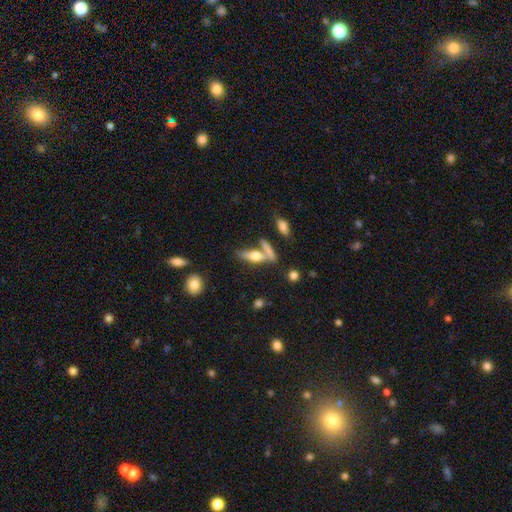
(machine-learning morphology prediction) This is possibly a smooth galaxy (51%). How rounded: possibly cigar-shaped (56%). Merging: possibly none (53%).